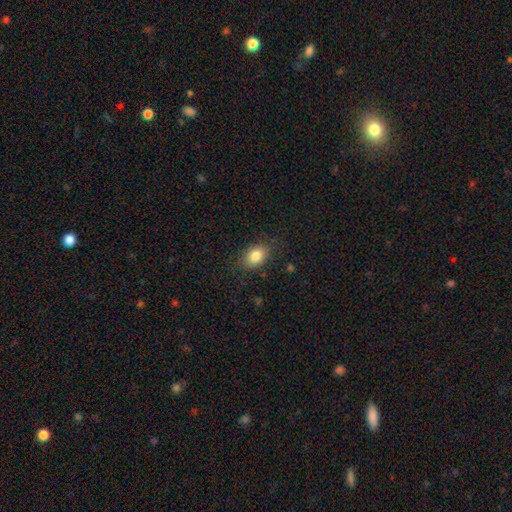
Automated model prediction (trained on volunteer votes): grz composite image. It shows a smooth galaxy with no disk features (83%) that is in between round and cigar-shaped (77%). Merging: none (81%).